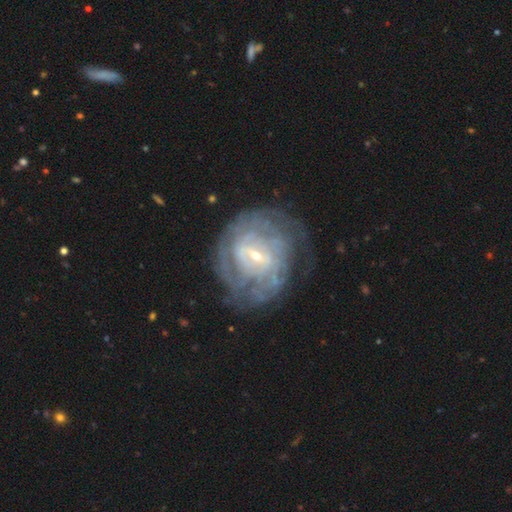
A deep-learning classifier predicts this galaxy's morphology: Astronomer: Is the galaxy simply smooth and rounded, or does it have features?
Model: featured or disk — 84%.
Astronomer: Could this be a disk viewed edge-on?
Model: no — 96%.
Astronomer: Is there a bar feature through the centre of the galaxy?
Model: weak — 53% (runner-up: strong, 28%).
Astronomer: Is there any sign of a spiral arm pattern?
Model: yes — 86%.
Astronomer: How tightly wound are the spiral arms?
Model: tight — 71%.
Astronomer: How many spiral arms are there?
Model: can't tell — 53%.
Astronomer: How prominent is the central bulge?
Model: small — 72%.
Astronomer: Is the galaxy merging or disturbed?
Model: none — 71%.